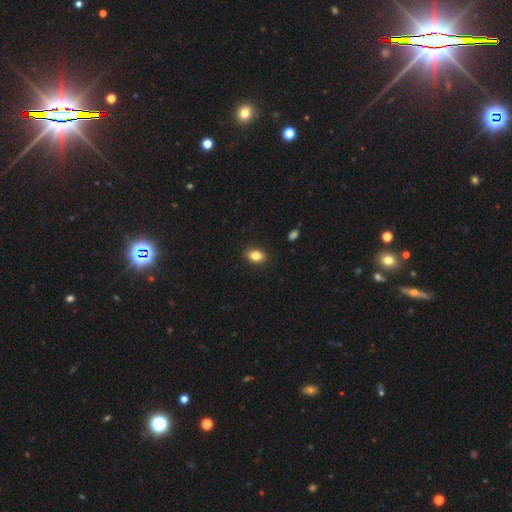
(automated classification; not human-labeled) Smooth or featured?
  - smooth: 84% *
  - star or artifact: 9%
  - featured or disk: 7%
How rounded?
  - in between: 78% *
  - round: 20%
  - cigar-shaped: 1%
Merging?
  - none: 89% *
  - minor disturbance: 8%
  - major disturbance: 2%
  - merger: 1%